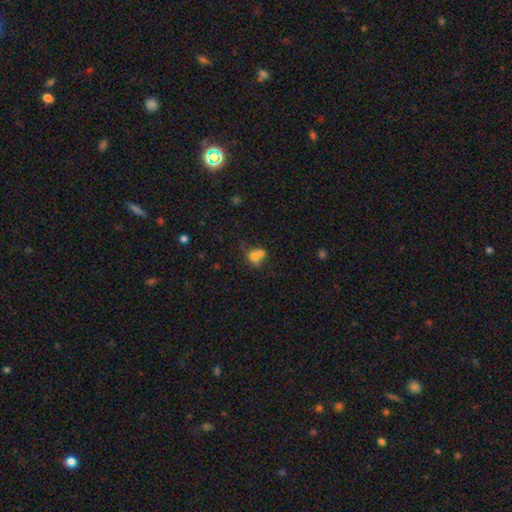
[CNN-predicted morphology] Smooth or featured? Predicted: smooth (p=0.70). How rounded? Predicted: round (p=0.63). Merging? Predicted: merger (p=0.57).